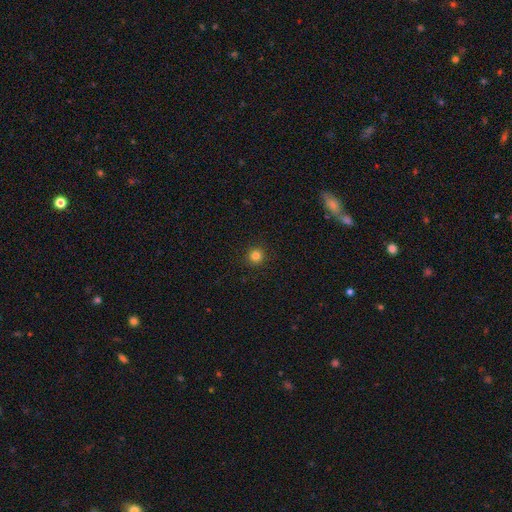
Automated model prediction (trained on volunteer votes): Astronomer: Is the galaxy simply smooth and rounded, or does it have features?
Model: smooth — 82%.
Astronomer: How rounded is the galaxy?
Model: round — 94%.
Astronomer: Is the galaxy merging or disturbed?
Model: none — 92%.